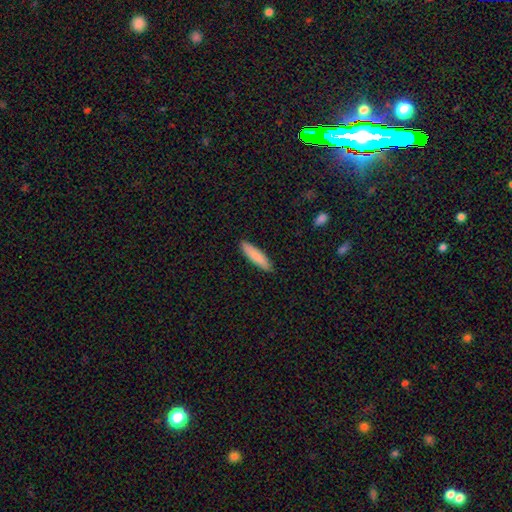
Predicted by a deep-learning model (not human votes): This appears to be a smooth galaxy with no disk features (85%) that is cigar-shaped (81%). Merging: none (90%).